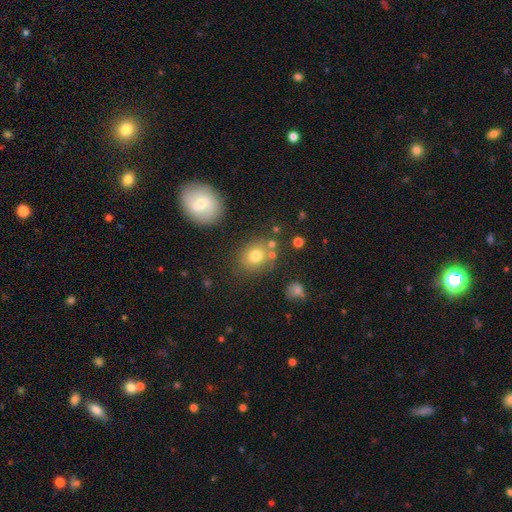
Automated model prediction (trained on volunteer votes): Smooth or featured? Predicted: smooth (p=0.74). How rounded? Predicted: round (p=0.61). Merging? Predicted: none (p=0.71).